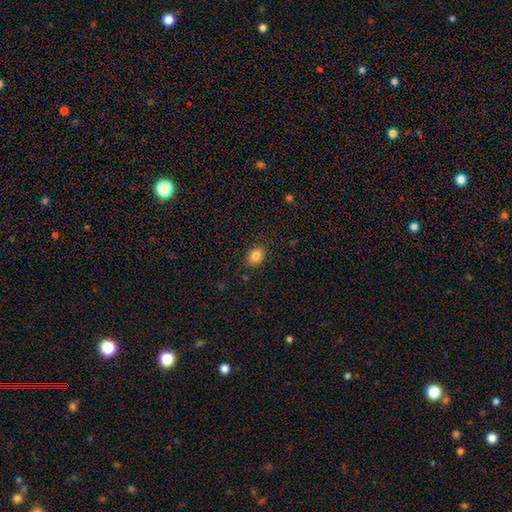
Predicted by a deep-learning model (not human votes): A smooth galaxy with no disk features (83%) that is in between round and cigar-shaped (73%).

Vote fractions:
- Smooth or featured? smooth: 83% / star or artifact: 9% / featured or disk: 8%
- How rounded? in between: 73% / round: 26% / cigar-shaped: 1%
- Merging? none: 86% / minor disturbance: 11% / major disturbance: 2% / merger: 1%